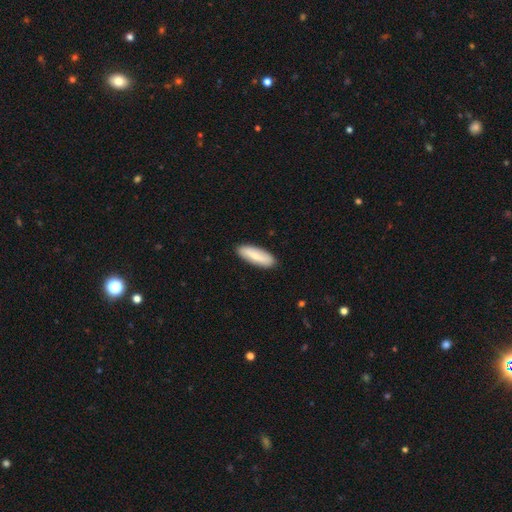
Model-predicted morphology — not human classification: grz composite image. It shows a smooth galaxy with no disk features (71%) that is in between round and cigar-shaped (51%). Merging: none (89%).